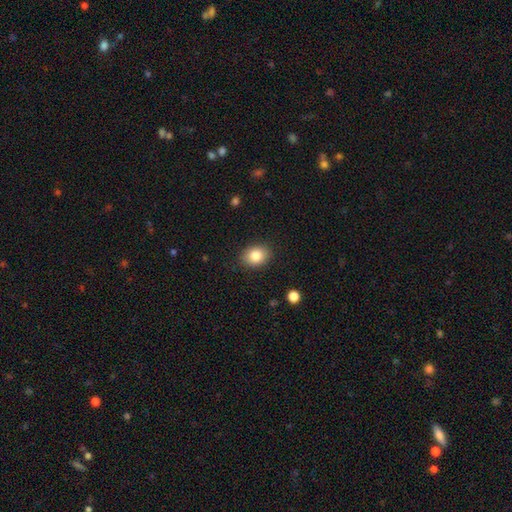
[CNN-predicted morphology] smooth 84%, star or artifact 9%, featured or disk 7%. Down the decision tree: how rounded — in between (61%); merging — none (87%).